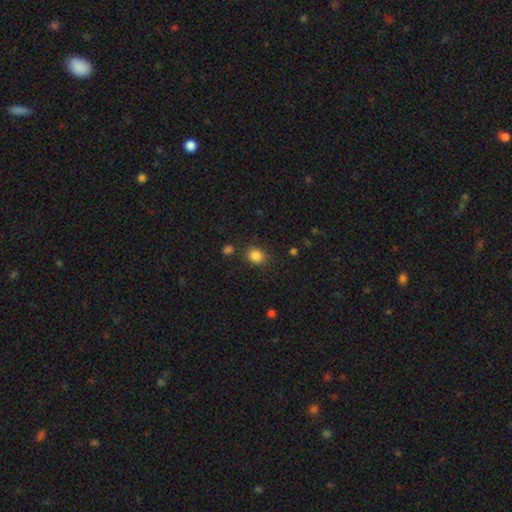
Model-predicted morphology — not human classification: smooth 84%, star or artifact 11%, featured or disk 4%. Down the decision tree: how rounded — round (63%); merging — none (78%).